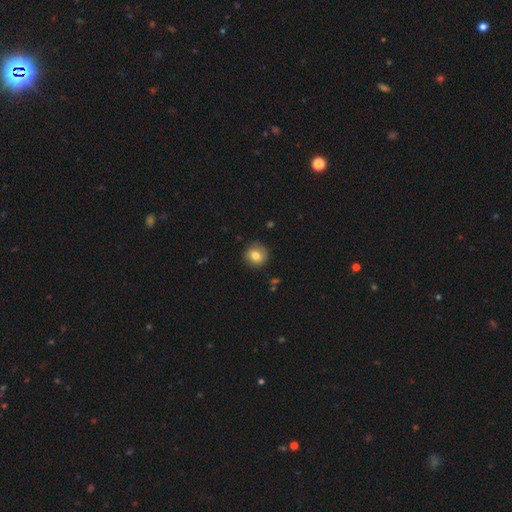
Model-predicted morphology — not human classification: Smooth or featured: smooth — 80% (featured or disk — 10%)
How rounded: round — 87% (in between — 12%)
Merging: none — 84% (minor disturbance — 12%)